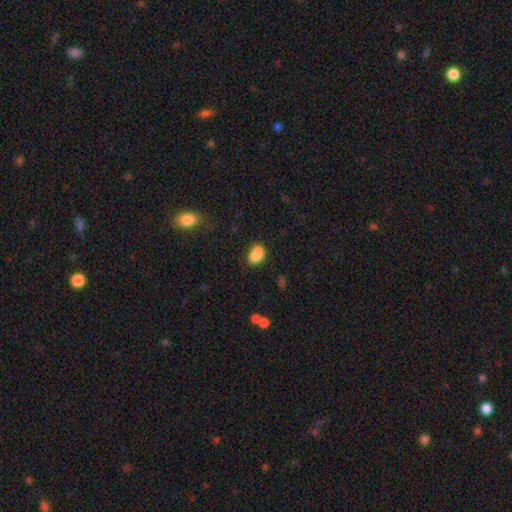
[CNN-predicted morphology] A smooth galaxy with no disk features (87%) that is in between round and cigar-shaped (86%).

Vote fractions:
- Smooth or featured? smooth: 87% / star or artifact: 9% / featured or disk: 5%
- How rounded? in between: 86% / round: 13% / cigar-shaped: 1%
- Merging? none: 70% / minor disturbance: 21% / major disturbance: 5% / merger: 4%